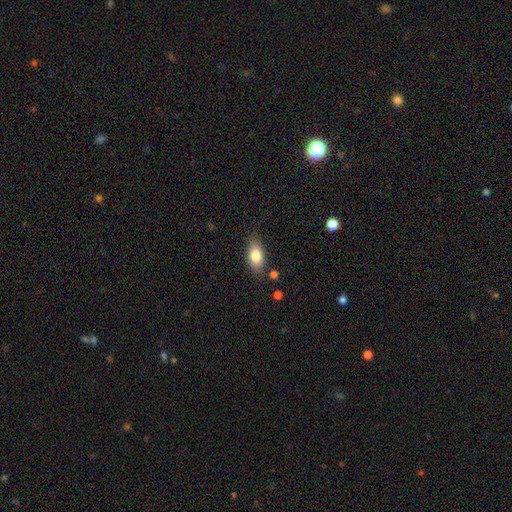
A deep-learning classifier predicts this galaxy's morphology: smooth-or-featured: smooth: 81% | featured or disk: 12% | star or artifact: 7%
  how-rounded: in between: 88% | cigar-shaped: 7% | round: 5%
  merging: none: 80% | minor disturbance: 14% | major disturbance: 3% | merger: 3%